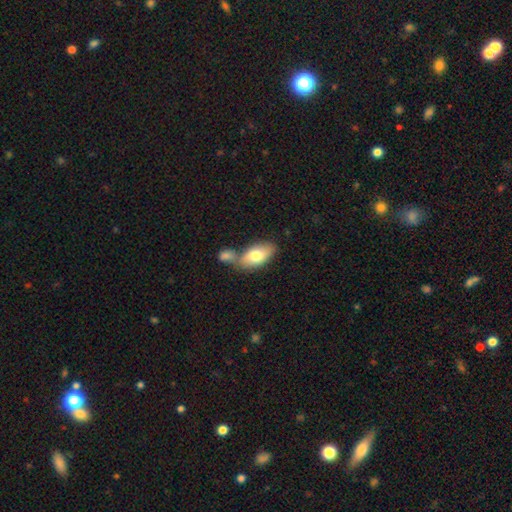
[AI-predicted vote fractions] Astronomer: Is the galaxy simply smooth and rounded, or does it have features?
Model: smooth — 75%.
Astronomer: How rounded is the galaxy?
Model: in between — 92%.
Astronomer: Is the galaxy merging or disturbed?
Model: merger — 42% (runner-up: none, 41%).